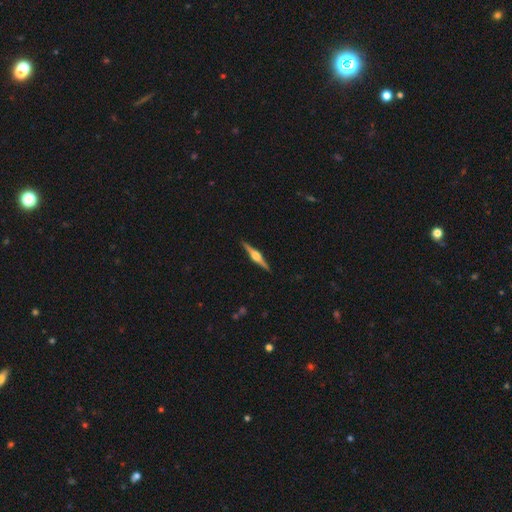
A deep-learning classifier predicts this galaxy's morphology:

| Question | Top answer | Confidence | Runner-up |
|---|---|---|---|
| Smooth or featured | featured or disk | 84% | smooth (11%) |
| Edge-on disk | yes | 98% | no (2%) |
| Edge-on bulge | rounded | 91% | boxy (7%) |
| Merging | none | 92% | minor disturbance (6%) |